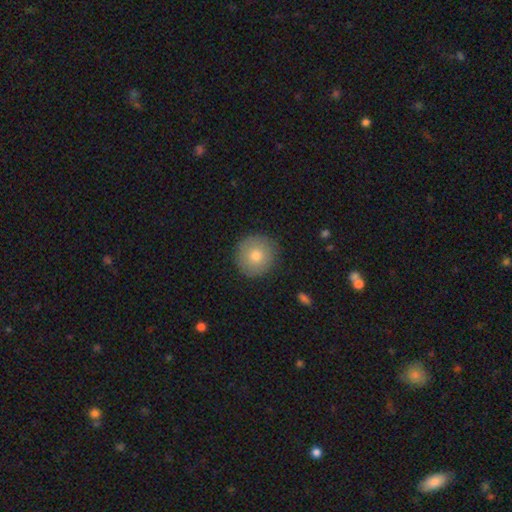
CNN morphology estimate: A smooth galaxy with no disk features (76%) that is round (94%).

Vote fractions:
- Smooth or featured? smooth: 76% / featured or disk: 16% / star or artifact: 9%
- How rounded? round: 94% / in between: 5% / cigar-shaped: 1%
- Merging? none: 89% / minor disturbance: 8% / major disturbance: 2% / merger: 1%